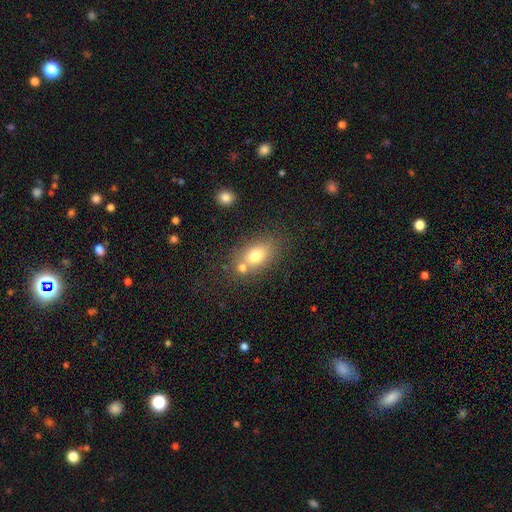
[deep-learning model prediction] Q: Smooth or featured?
A: smooth (73%); runner-up: featured or disk (16%)
Q: How rounded?
A: in between (74%); runner-up: round (23%)
Q: Merging?
A: none (58%); runner-up: merger (26%)